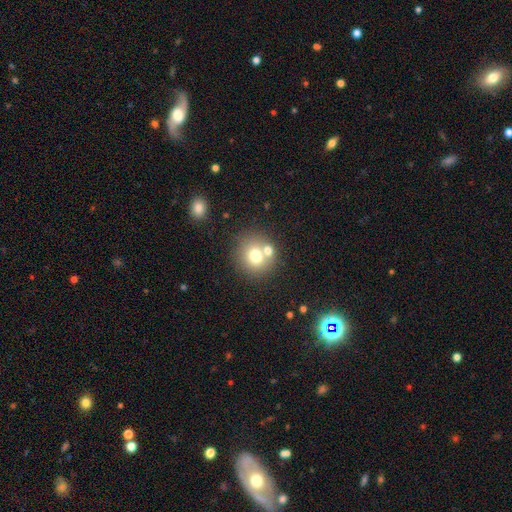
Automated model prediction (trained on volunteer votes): Q: Smooth or featured?
A: smooth (71%); runner-up: featured or disk (17%)
Q: How rounded?
A: round (86%); runner-up: in between (13%)
Q: Merging?
A: none (59%); runner-up: merger (28%)